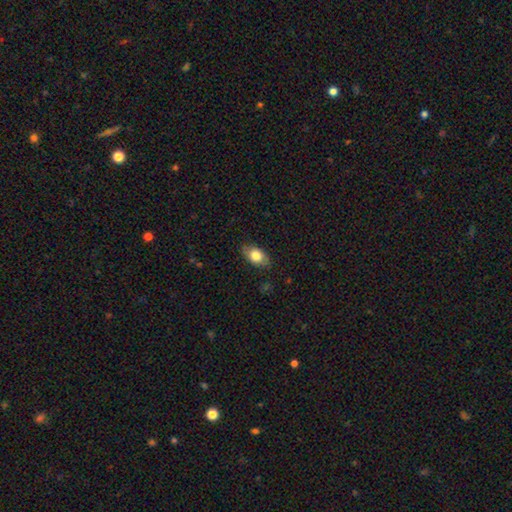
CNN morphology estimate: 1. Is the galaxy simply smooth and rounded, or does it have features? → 79% smooth, 14% featured or disk, 7% star or artifact.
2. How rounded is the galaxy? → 87% in between, 11% round, 3% cigar-shaped.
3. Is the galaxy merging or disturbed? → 82% none, 14% minor disturbance, 3% major disturbance, 1% merger.